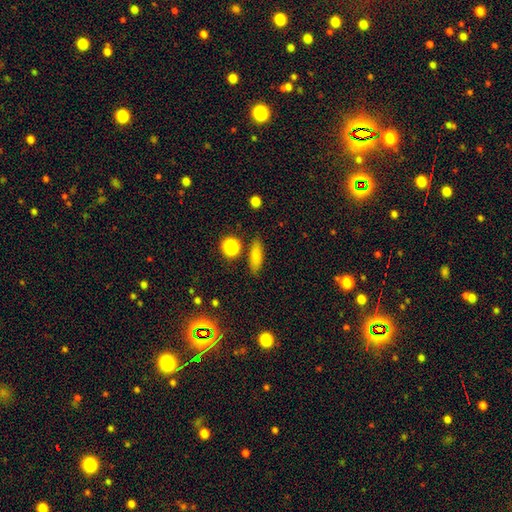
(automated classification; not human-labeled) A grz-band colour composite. It shows a smooth galaxy with no disk features (78%) that is in between round and cigar-shaped (51%). Merging: none (82%).